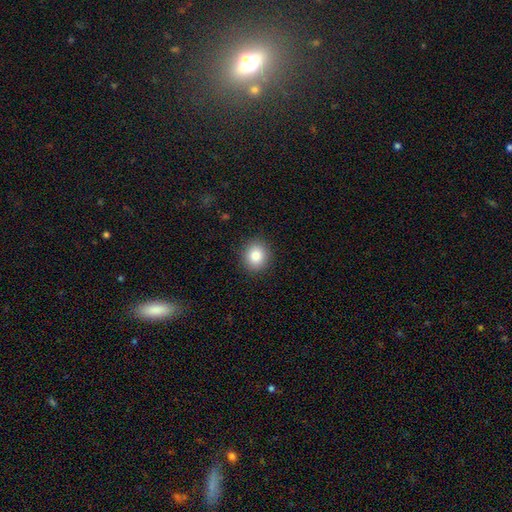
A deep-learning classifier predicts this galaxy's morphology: This is clearly a smooth galaxy (83%). How rounded: clearly round (83%). Merging: clearly none (90%).